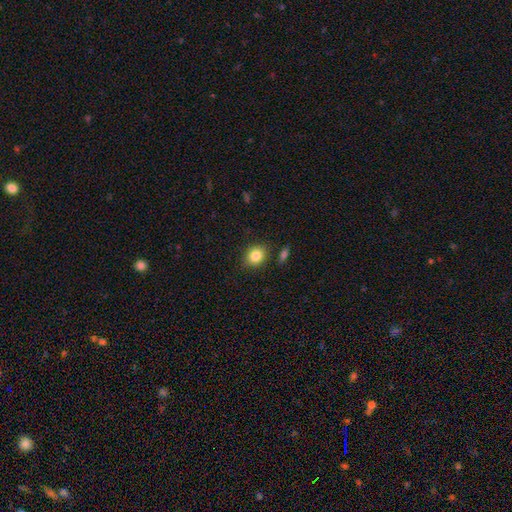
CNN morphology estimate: This appears to be a smooth galaxy with no disk features (85%) that is round (61%). Merging: none (83%).